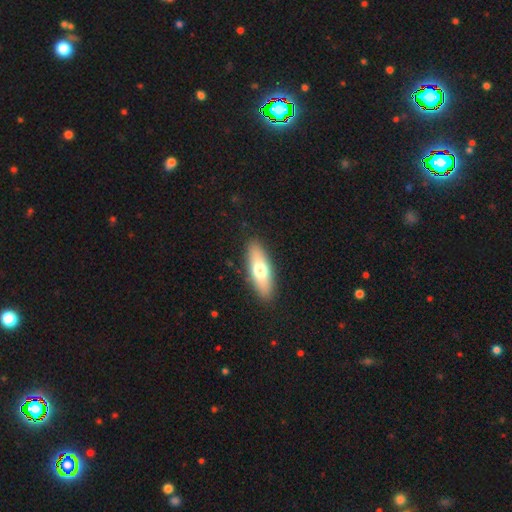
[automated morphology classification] Smooth or featured? smooth (63%)
How rounded? in between (55%)
Merging? none (90%)